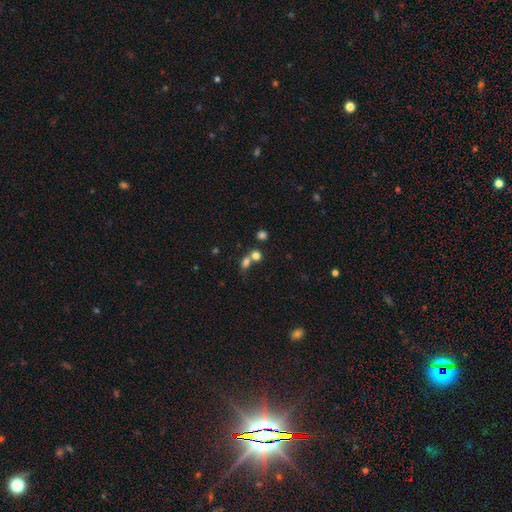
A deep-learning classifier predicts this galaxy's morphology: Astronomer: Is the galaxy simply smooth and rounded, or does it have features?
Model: smooth — 75%.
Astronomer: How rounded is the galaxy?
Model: round — 72%.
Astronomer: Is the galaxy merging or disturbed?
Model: merger — 48% (runner-up: none, 41%).